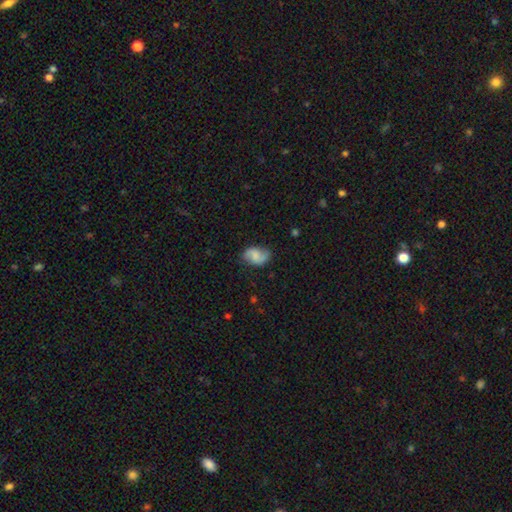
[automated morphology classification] smooth-or-featured: featured or disk: 51% | smooth: 41% | star or artifact: 8%
  disk-edge-on: no: 97% | yes: 3%
  merging: none: 74% | minor disturbance: 19% | major disturbance: 5% | merger: 1%